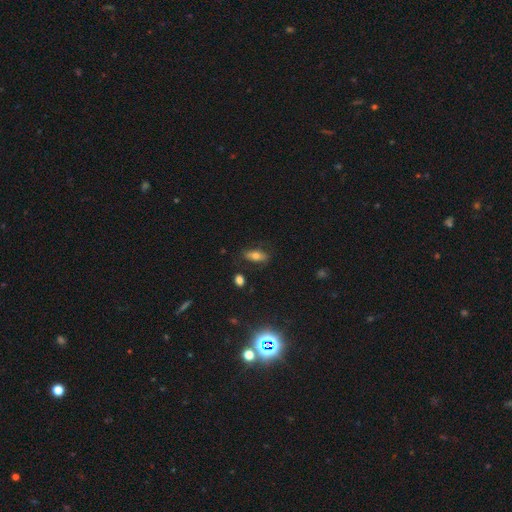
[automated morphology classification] A smooth galaxy with no disk features (63%) that is in between round and cigar-shaped (76%).

Vote fractions:
- Smooth or featured? smooth: 63% / featured or disk: 26% / star or artifact: 11%
- How rounded? in between: 76% / cigar-shaped: 19% / round: 5%
- Merging? none: 75% / minor disturbance: 17% / major disturbance: 5% / merger: 2%